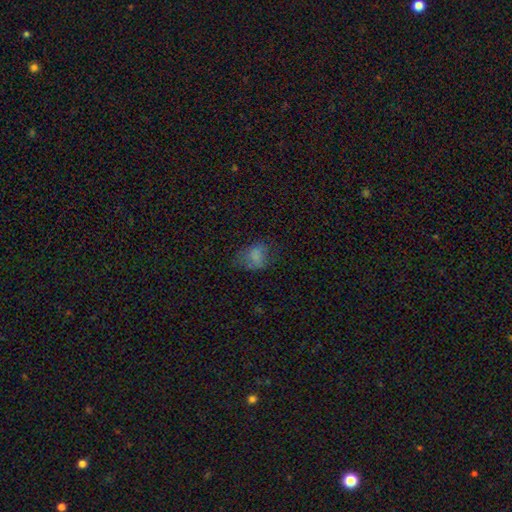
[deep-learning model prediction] Overall: smooth (71%). How rounded: in between (65%; round 33%). Merging: none (48%; minor disturbance 28%).